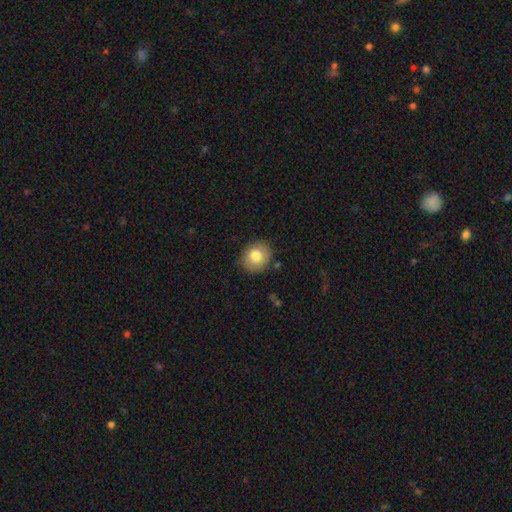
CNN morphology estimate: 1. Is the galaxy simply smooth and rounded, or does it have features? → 79% smooth, 13% featured or disk, 8% star or artifact.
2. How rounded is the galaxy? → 77% round, 22% in between, 1% cigar-shaped.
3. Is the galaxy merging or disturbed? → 83% none, 13% minor disturbance, 3% major disturbance, 2% merger.